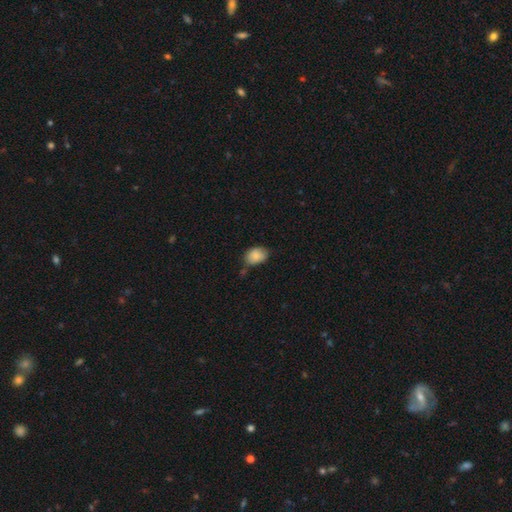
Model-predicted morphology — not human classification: A smooth galaxy with no disk features (83%) that is in between round and cigar-shaped (78%).

Vote fractions:
- Smooth or featured? smooth: 83% / featured or disk: 10% / star or artifact: 8%
- How rounded? in between: 78% / round: 21% / cigar-shaped: 1%
- Merging? none: 59% / minor disturbance: 29% / merger: 7% / major disturbance: 5%